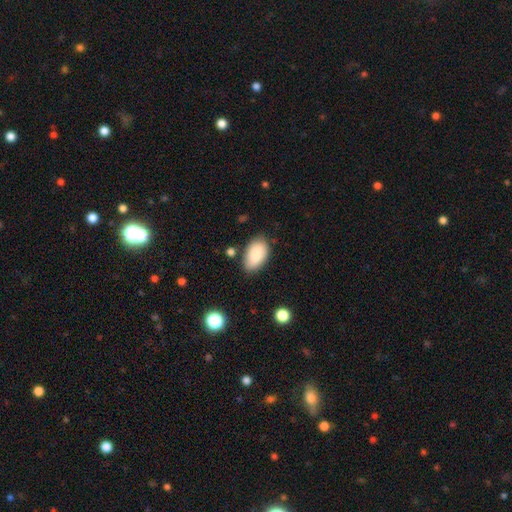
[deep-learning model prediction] Smooth or featured?
  - smooth: 84% *
  - featured or disk: 9%
  - star or artifact: 7%
How rounded?
  - in between: 94% *
  - round: 4%
  - cigar-shaped: 2%
Merging?
  - none: 76% *
  - minor disturbance: 17%
  - major disturbance: 4%
  - merger: 3%